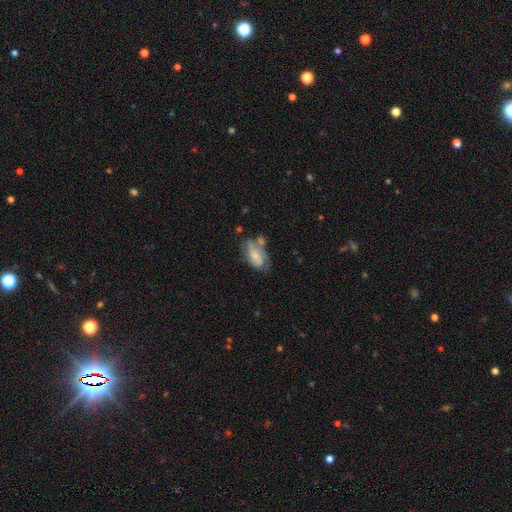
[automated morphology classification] Smooth or featured? Predicted: featured or disk (p=0.54). Edge-on disk? Predicted: no (p=0.95). Bar? Predicted: no (p=0.54). Spiral arms? Predicted: yes (p=0.78). Bulge size? Predicted: small (p=0.42). Merging? Predicted: none (p=0.40).